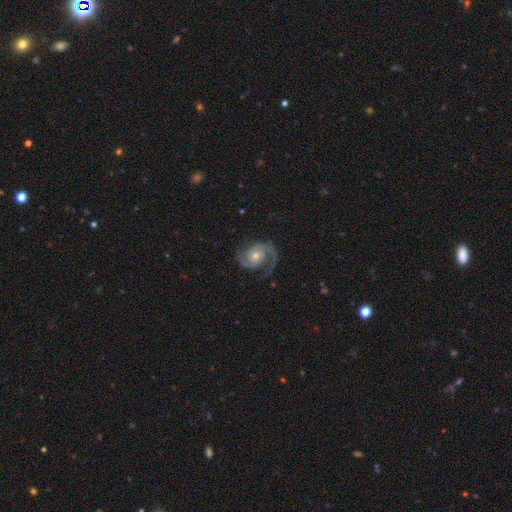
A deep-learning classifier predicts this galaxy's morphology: The model was most divided on "bulge size": moderate: 53%, small: 41%, large: 4%, none: 2%, dominant: 1%. More confident: spiral arms — yes (98%); edge-on disk — no (98%); smooth or featured — featured or disk (91%); spiral arm count — 2 (90%); merging — none (77%); bar — no (69%); spiral winding — medium (52%).